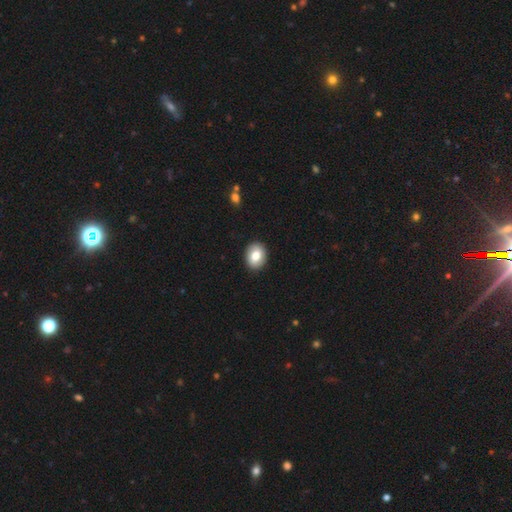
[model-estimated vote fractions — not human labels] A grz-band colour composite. It shows a smooth galaxy with no disk features (78%) that is in between round and cigar-shaped (53%). Merging: none (90%).